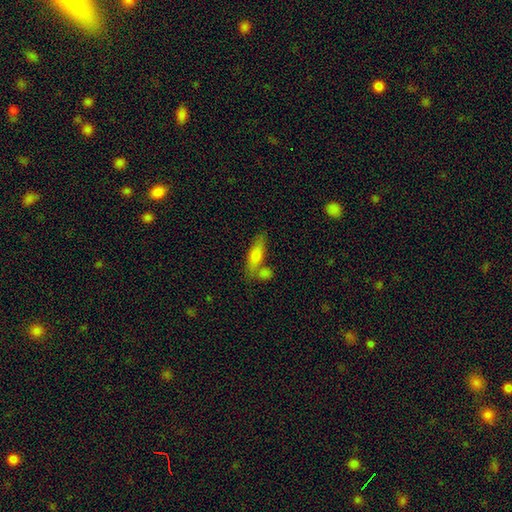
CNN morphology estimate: Overall: smooth (69%). How rounded: in between (54%; cigar-shaped 42%). Merging: none (55%; merger 26%).